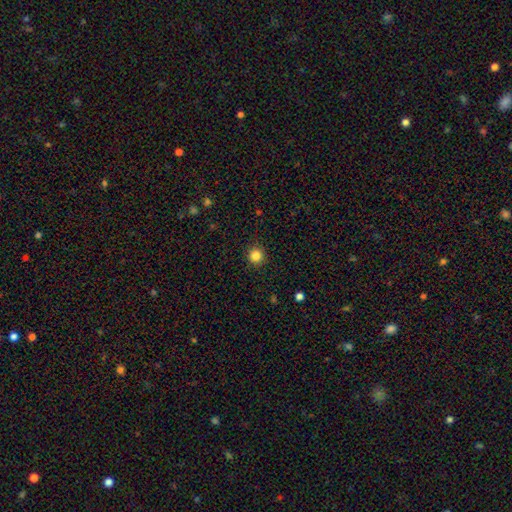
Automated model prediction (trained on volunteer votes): Smooth or featured?
  - smooth: 84% *
  - star or artifact: 12%
  - featured or disk: 4%
How rounded?
  - round: 95% *
  - in between: 4%
  - cigar-shaped: 1%
Merging?
  - none: 92% *
  - minor disturbance: 5%
  - major disturbance: 2%
  - merger: 1%